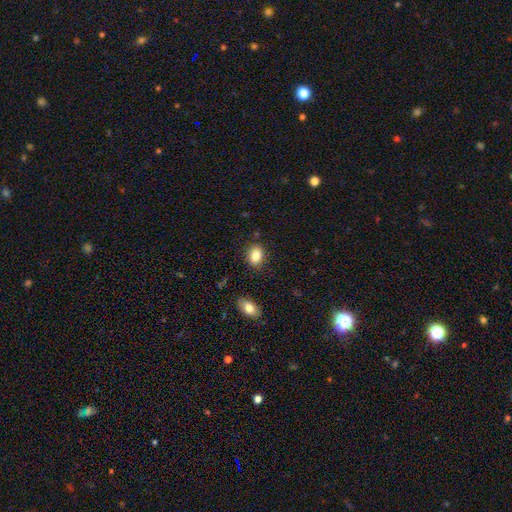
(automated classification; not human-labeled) smooth 85%, star or artifact 9%, featured or disk 7%. Down the decision tree: how rounded — in between (68%); merging — none (84%).